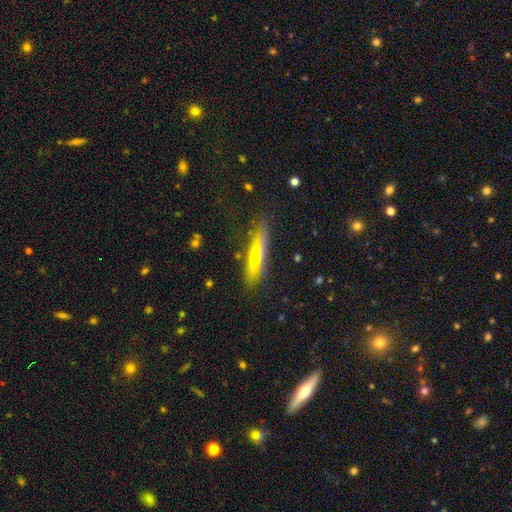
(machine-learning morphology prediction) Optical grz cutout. It shows a smooth galaxy with no disk features (50%). Merging: none (84%).